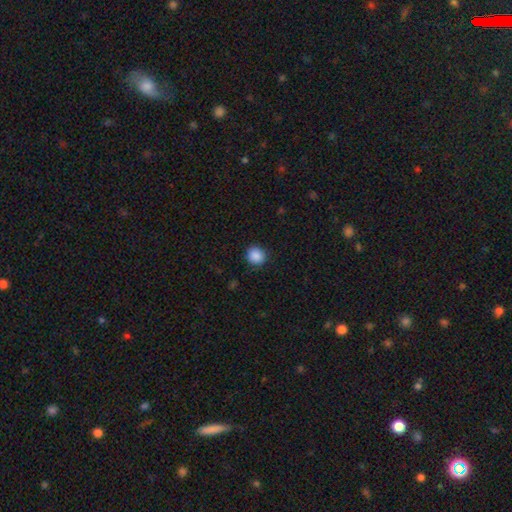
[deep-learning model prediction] A smooth galaxy with no disk features (88%) that is round (89%).

Vote fractions:
- Smooth or featured? smooth: 88% / star or artifact: 9% / featured or disk: 3%
- How rounded? round: 89% / in between: 10% / cigar-shaped: 1%
- Merging? none: 89% / minor disturbance: 8% / major disturbance: 2% / merger: 1%